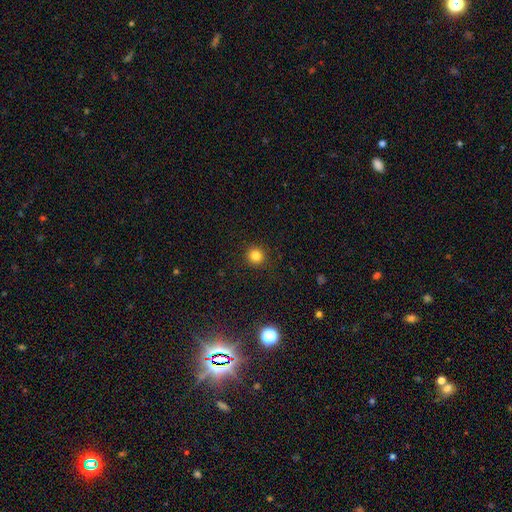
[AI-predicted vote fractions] Morphology: type=smooth (83%); roundness=round (93%); merging=none (92%).